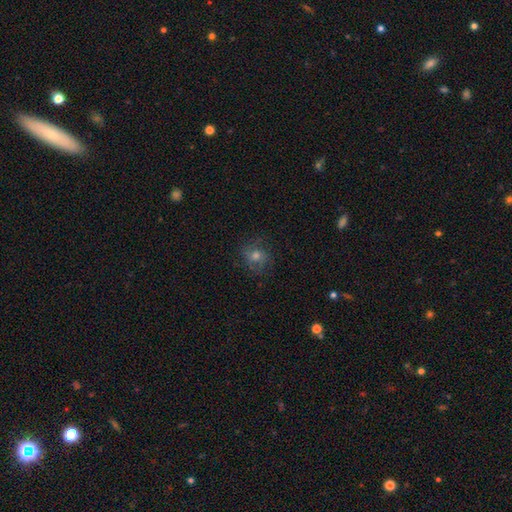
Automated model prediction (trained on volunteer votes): This is marginally a featured or disk galaxy (42%). Merging: likely none (75%).